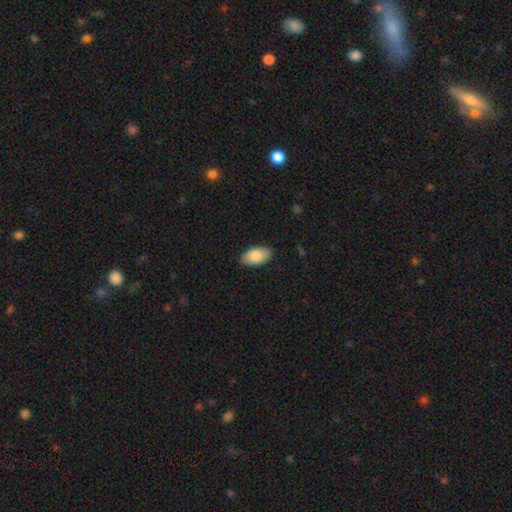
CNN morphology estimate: A smooth galaxy with no disk features (87%) that is in between round and cigar-shaped (95%). Merging: none (86%).